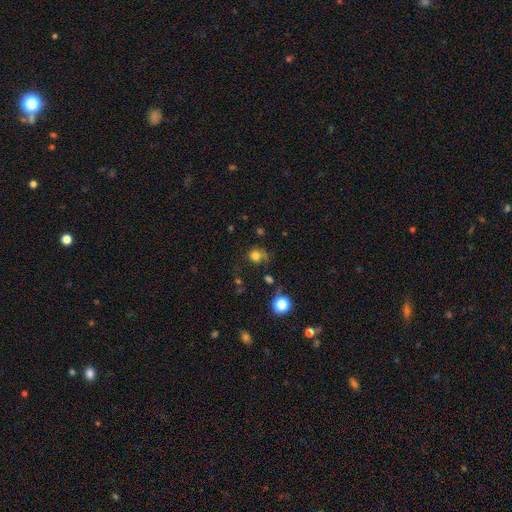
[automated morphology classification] Smooth or featured: smooth — 76% (star or artifact — 15%)
How rounded: round — 75% (in between — 24%)
Merging: none — 54% (minor disturbance — 26%)